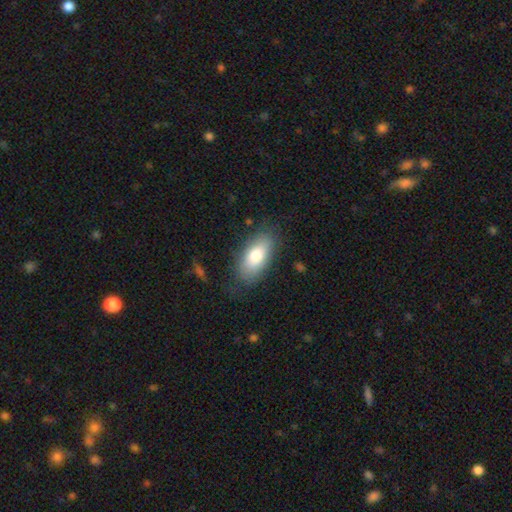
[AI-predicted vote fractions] The model was most divided on "merging": none: 78%, minor disturbance: 15%, major disturbance: 5%, merger: 1%. More confident: how rounded — in between (90%); smooth or featured — smooth (78%).